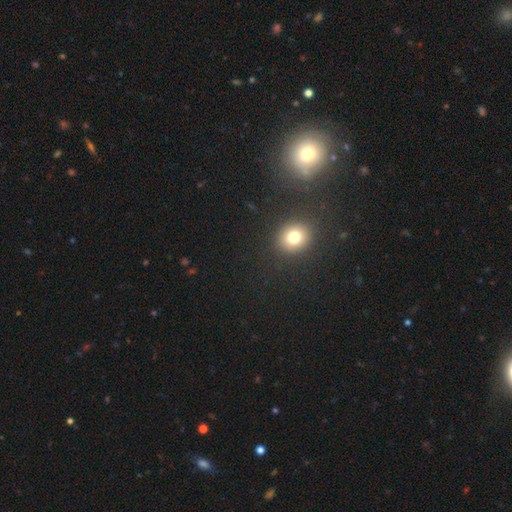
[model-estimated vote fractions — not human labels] Smooth or featured: smooth — 48% (star or artifact — 44%)
Merging: none — 79% (merger — 11%)